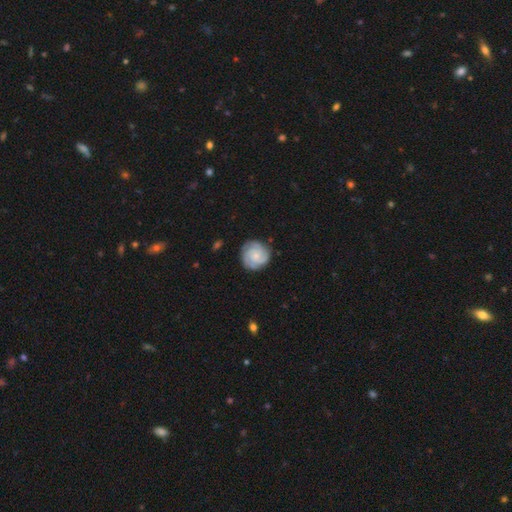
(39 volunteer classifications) smooth-or-featured: featured or disk: 79% | smooth: 13% | star or artifact: 8%
  disk-edge-on: no: 100% | yes: 0%
    bar: no: 71% | weak: 26% | strong: 3%
    has-spiral-arms: yes: 94% | no: 6%
      spiral-winding: tight: 76% | medium: 21% | loose: 3%
      spiral-arm-count: 3: 76% | can't tell: 14% | 4: 10% | 1: 0% | 2: 0% | more than 4: 0%
    bulge-size: small: 74% | moderate: 19% | large: 3% | none: 3% | dominant: 0%
  merging: none: 86% | minor disturbance: 8% | major disturbance: 6% | merger: 0%